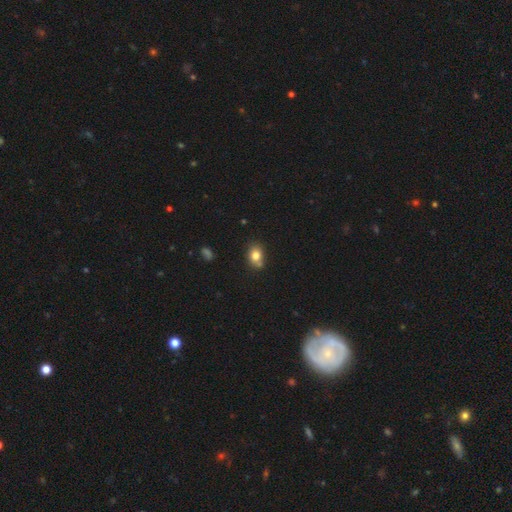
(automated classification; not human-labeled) Q: Smooth or featured?
A: smooth (80%); runner-up: star or artifact (11%)
Q: How rounded?
A: in between (56%); runner-up: round (42%)
Q: Merging?
A: none (66%); runner-up: minor disturbance (18%)